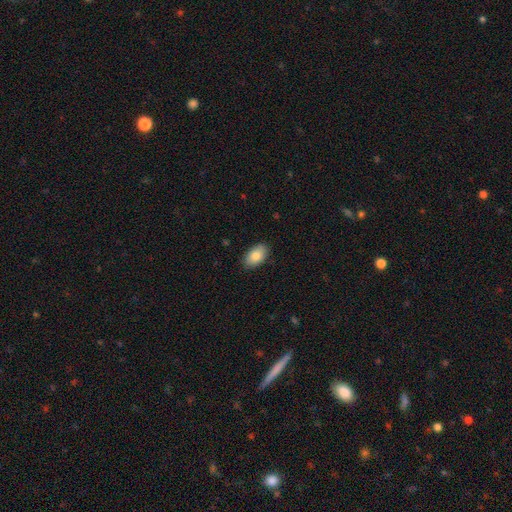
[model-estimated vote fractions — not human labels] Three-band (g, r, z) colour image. It shows a smooth galaxy with no disk features (85%) that is in between round and cigar-shaped (93%). Merging: none (88%).